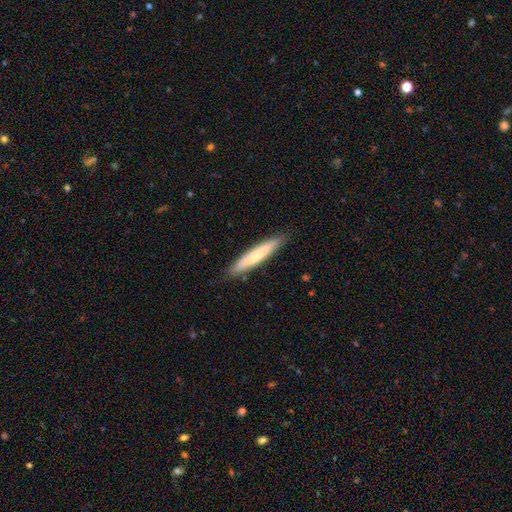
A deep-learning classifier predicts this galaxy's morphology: The model was most divided on "smooth or featured": smooth: 63%, featured or disk: 31%, star or artifact: 6%. More confident: how rounded — cigar-shaped (91%); merging — none (89%).